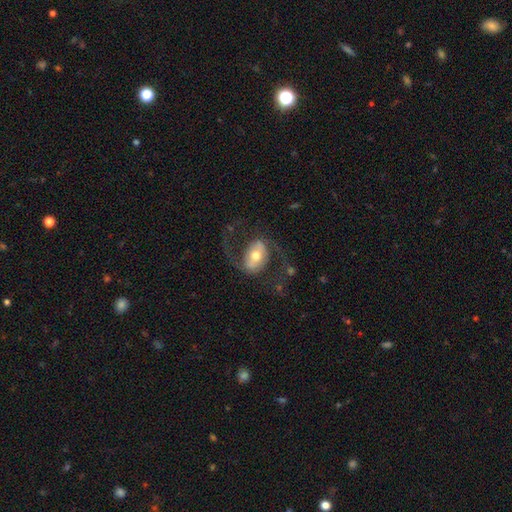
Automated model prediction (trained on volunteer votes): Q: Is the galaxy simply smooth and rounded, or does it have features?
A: featured or disk — 80%.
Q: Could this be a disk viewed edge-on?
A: no — 97%.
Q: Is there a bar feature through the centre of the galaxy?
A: weak — 37%.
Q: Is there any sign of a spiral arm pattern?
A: yes — 91%.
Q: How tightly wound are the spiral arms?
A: loose — 55%.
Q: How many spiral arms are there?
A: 2 — 92%.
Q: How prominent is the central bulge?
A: moderate — 69%.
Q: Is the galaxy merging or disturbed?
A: none — 67%.